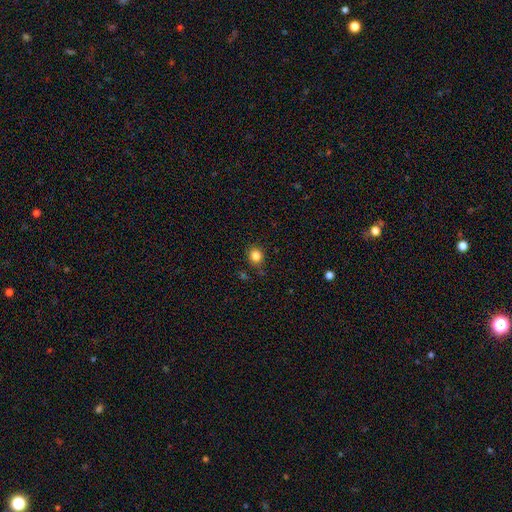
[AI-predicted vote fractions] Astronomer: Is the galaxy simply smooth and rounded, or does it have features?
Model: smooth — 84%.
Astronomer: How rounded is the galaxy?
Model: round — 76%.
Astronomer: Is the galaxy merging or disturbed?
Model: none — 84%.